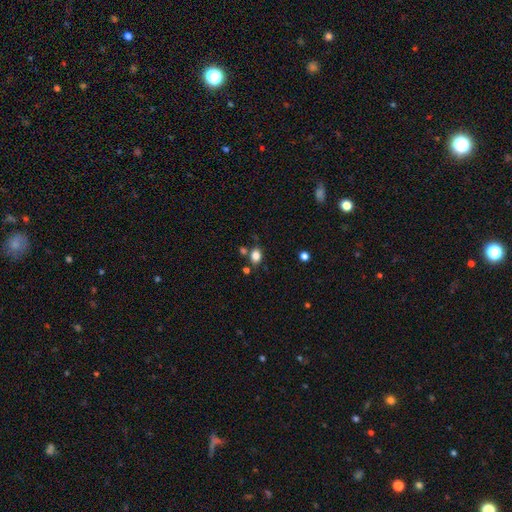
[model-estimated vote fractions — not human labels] Smooth or featured?
  - smooth: 82% *
  - star or artifact: 12%
  - featured or disk: 6%
How rounded?
  - in between: 66% *
  - round: 33%
  - cigar-shaped: 1%
Merging?
  - none: 71% *
  - minor disturbance: 14%
  - merger: 11%
  - major disturbance: 4%